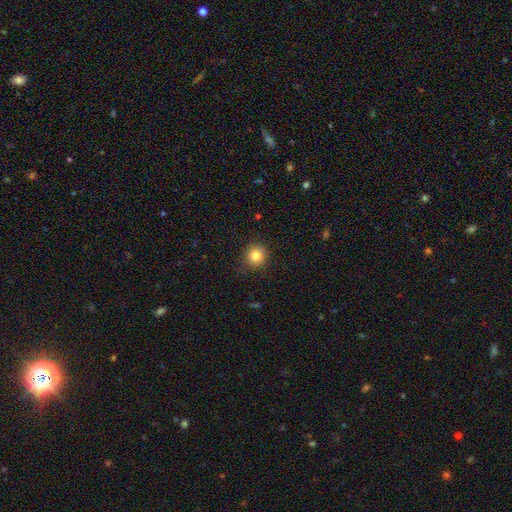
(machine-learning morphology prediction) A smooth galaxy with no disk features (82%) that is round (91%).

Vote fractions:
- Smooth or featured? smooth: 82% / star or artifact: 11% / featured or disk: 7%
- How rounded? round: 91% / in between: 8% / cigar-shaped: 1%
- Merging? none: 87% / minor disturbance: 10% / major disturbance: 3% / merger: 1%